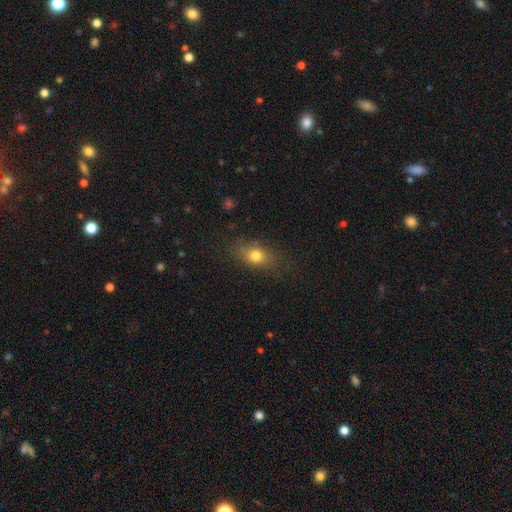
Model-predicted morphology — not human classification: Smooth or featured? smooth (75%)
How rounded? in between (65%)
Merging? none (74%)